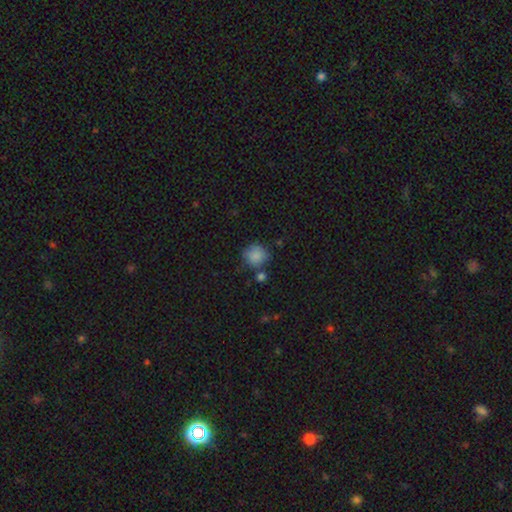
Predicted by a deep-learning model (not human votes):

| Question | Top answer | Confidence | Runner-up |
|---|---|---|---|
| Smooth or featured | smooth | 84% | star or artifact (9%) |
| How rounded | round | 83% | in between (16%) |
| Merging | none | 63% | minor disturbance (19%) |